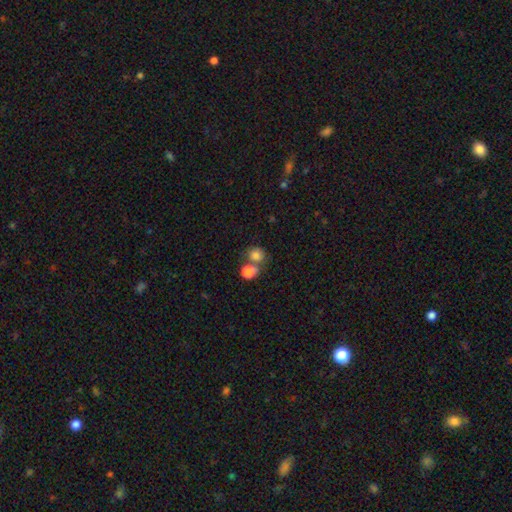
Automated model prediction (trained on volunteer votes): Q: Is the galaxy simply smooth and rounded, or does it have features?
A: smooth — 80%.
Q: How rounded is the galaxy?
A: round — 80%.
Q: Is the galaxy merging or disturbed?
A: none — 52%.